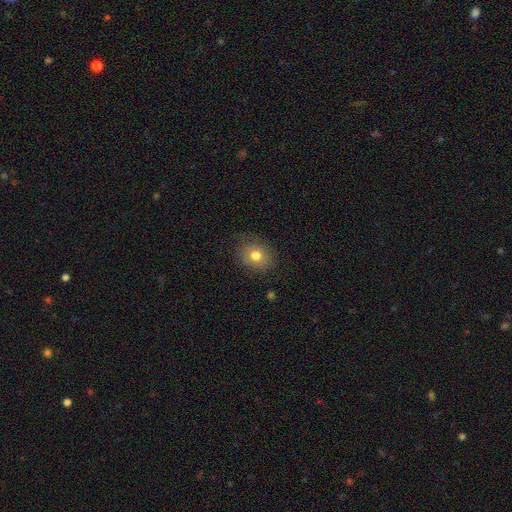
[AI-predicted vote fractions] Q: Smooth or featured?
A: smooth (77%); runner-up: featured or disk (12%)
Q: How rounded?
A: round (63%); runner-up: in between (36%)
Q: Merging?
A: none (79%); runner-up: minor disturbance (15%)